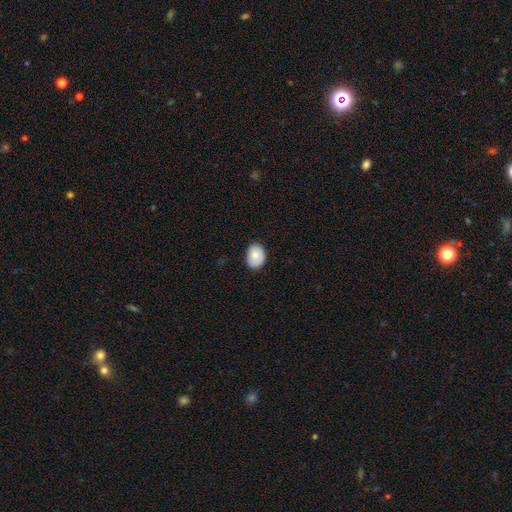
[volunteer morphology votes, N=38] smooth_or_featured: smooth (p=0.84) [alt: featured or disk p=0.16]
how_rounded: in between (p=0.78) [alt: round p=0.19]
merging: none (p=0.76) [alt: minor disturbance p=0.18]